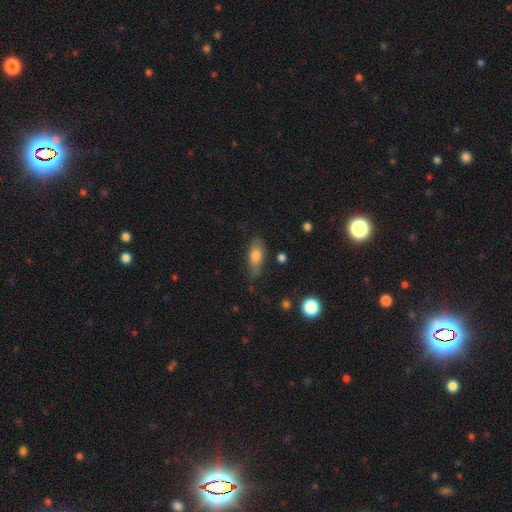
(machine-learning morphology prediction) A smooth galaxy with no disk features (75%) that is in between round and cigar-shaped (78%). Merging: none (66%).